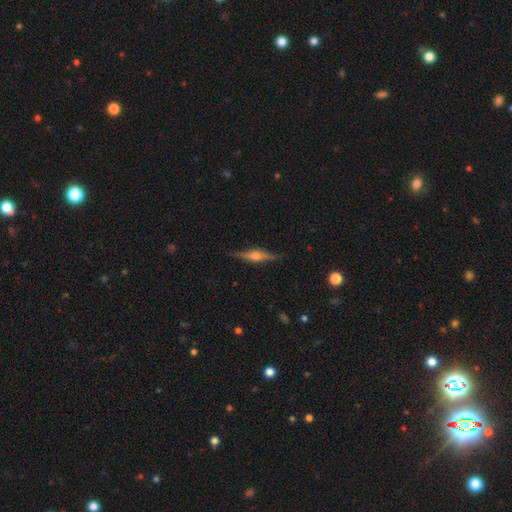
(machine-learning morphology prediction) The model was most divided on "smooth or featured": featured or disk: 78%, smooth: 15%, star or artifact: 7%. More confident: edge-on disk — yes (98%); merging — none (88%); edge-on bulge — rounded (85%).